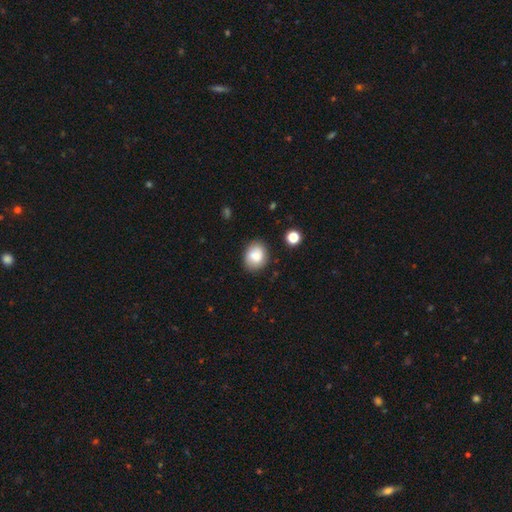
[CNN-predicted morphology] smooth_or_featured: smooth (p=0.82) [alt: featured or disk p=0.09]
how_rounded: in between (p=0.54) [alt: round p=0.45]
merging: none (p=0.76) [alt: minor disturbance p=0.17]